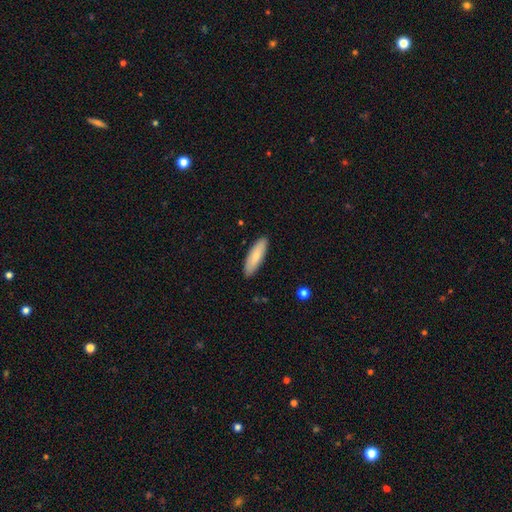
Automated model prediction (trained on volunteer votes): Smooth or featured? Predicted: smooth (p=0.81). How rounded? Predicted: cigar-shaped (p=0.55). Merging? Predicted: none (p=0.89).